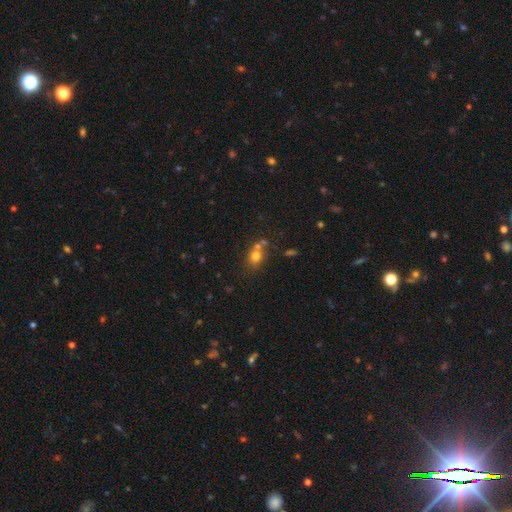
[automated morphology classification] Q: Smooth or featured?
A: smooth (73%); runner-up: star or artifact (14%)
Q: How rounded?
A: round (53%); runner-up: in between (46%)
Q: Merging?
A: none (51%); runner-up: merger (30%)